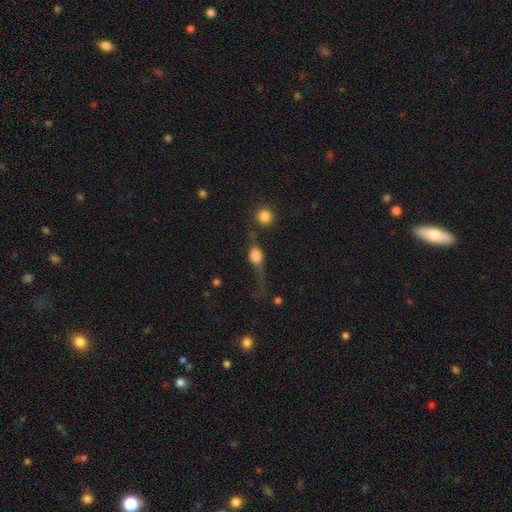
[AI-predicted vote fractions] A smooth galaxy with no disk features (58%) that is round (50%). Merging: major disturbance (39%).